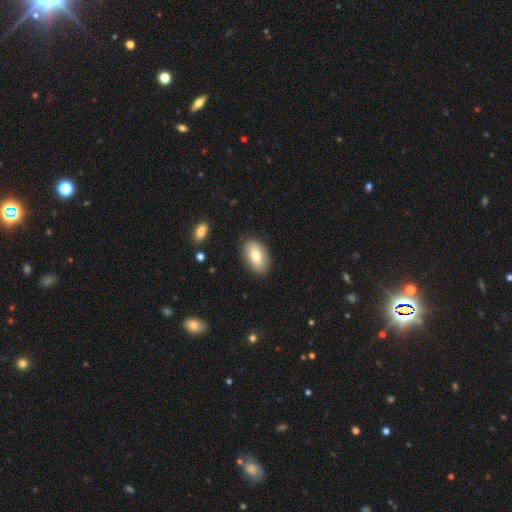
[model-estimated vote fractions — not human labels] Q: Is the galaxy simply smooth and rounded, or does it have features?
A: smooth — 77%.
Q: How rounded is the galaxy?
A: in between — 93%.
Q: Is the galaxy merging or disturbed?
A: none — 86%.